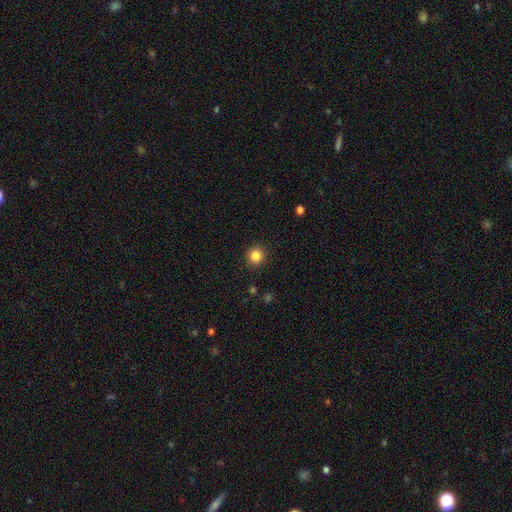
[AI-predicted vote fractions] A smooth galaxy with no disk features (85%) that is round (93%). Merging: none (92%).